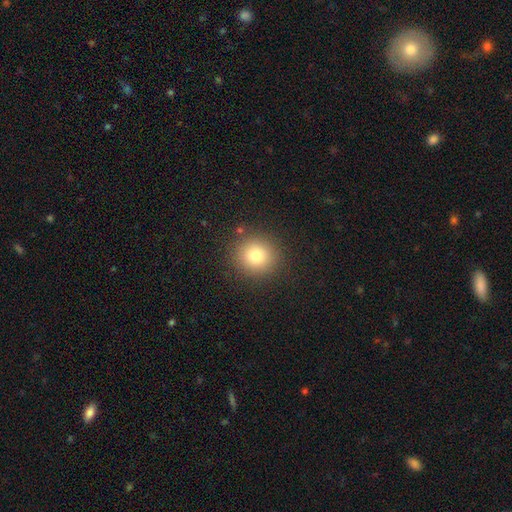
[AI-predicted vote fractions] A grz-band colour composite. It shows a smooth galaxy with no disk features (78%) that is round (91%). Merging: none (88%).